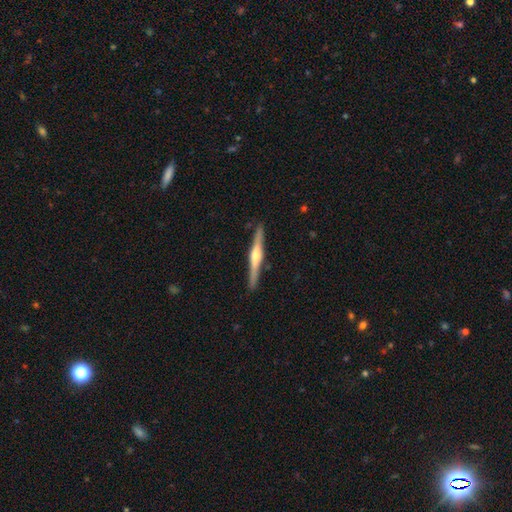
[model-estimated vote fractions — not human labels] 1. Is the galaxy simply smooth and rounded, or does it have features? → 75% featured or disk, 20% smooth, 5% star or artifact.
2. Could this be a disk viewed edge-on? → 98% yes, 2% no.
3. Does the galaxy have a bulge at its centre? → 90% rounded, 5% boxy, 4% none.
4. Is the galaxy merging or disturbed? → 90% none, 7% minor disturbance, 1% major disturbance, 1% merger.